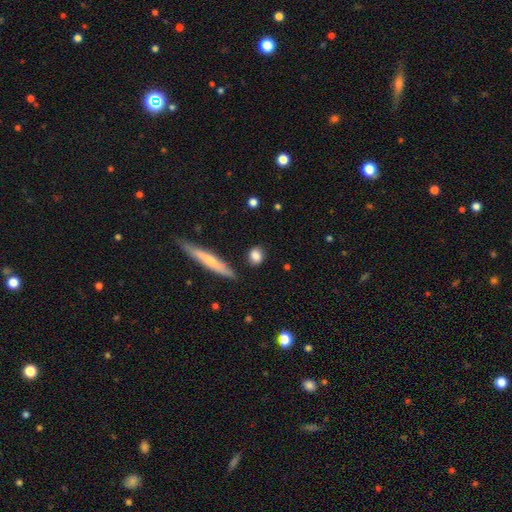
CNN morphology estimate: Smooth or featured: smooth — 83% (featured or disk — 10%)
How rounded: round — 54% (in between — 38%)
Merging: none — 81% (minor disturbance — 13%)